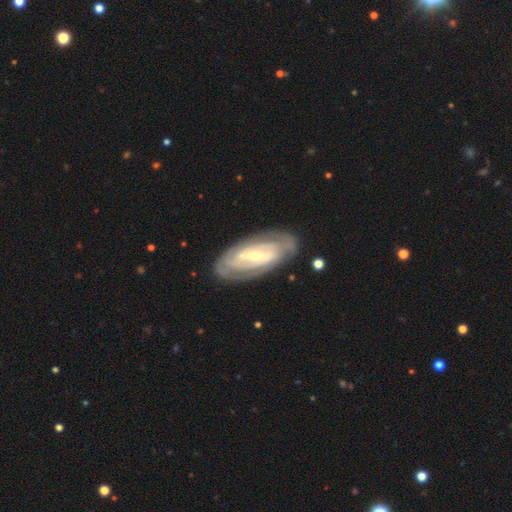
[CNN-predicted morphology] smooth-or-featured: featured or disk: 81% | smooth: 14% | star or artifact: 5%
  disk-edge-on: no: 91% | yes: 9%
    bar: strong: 46% | weak: 33% | no: 21%
    has-spiral-arms: yes: 81% | no: 19%
      spiral-winding: tight: 71% | medium: 22% | loose: 7%
      spiral-arm-count: can't tell: 44% | 2: 37% | 3: 8% | 4: 5% | 1: 3% | more than 4: 3%
    bulge-size: small: 60% | moderate: 36% | large: 2% | none: 1% | dominant: 1%
  merging: none: 80% | minor disturbance: 14% | major disturbance: 5% | merger: 1%